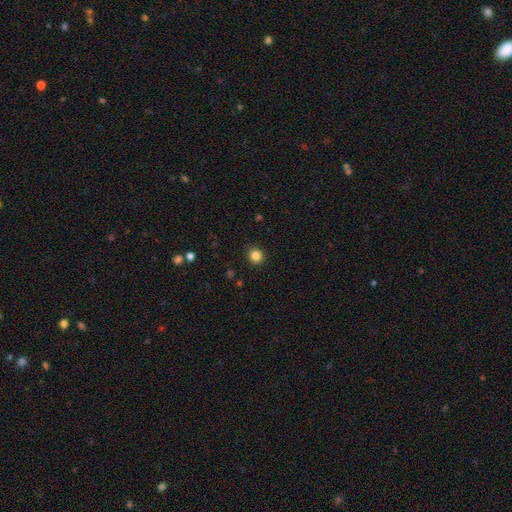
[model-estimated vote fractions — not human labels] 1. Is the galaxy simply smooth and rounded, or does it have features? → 84% smooth, 12% star or artifact, 4% featured or disk.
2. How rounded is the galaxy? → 89% round, 10% in between, 1% cigar-shaped.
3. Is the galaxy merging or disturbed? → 92% none, 5% minor disturbance, 2% major disturbance, 1% merger.